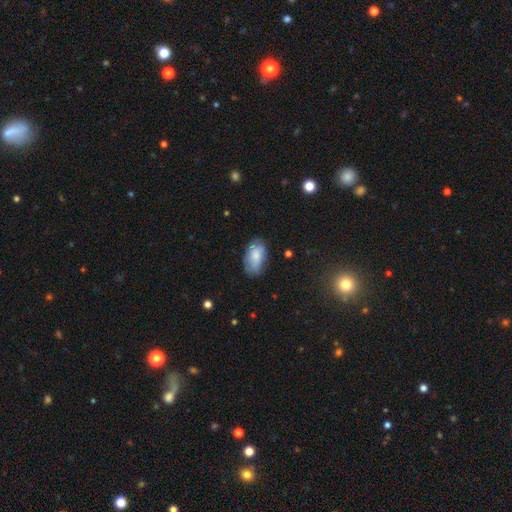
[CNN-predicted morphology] Smooth or featured? Predicted: smooth (p=0.77). How rounded? Predicted: in between (p=0.93). Merging? Predicted: none (p=0.66).